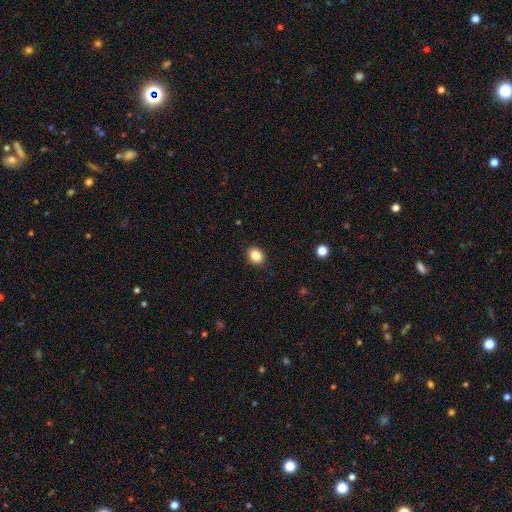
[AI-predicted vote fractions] Overall: smooth (88%). How rounded: in between (57%; round 42%). Merging: none (90%).